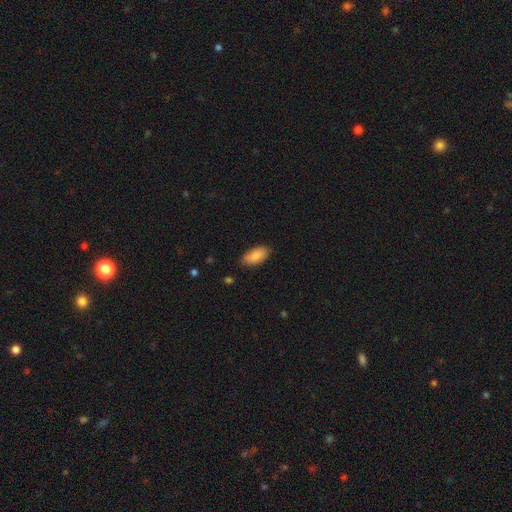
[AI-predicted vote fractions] A smooth galaxy with no disk features (85%) that is in between round and cigar-shaped (93%). Merging: none (83%).